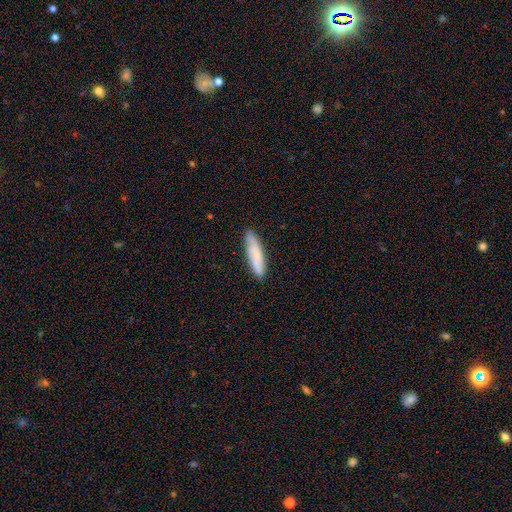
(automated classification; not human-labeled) smooth_or_featured: smooth (p=0.74) [alt: featured or disk p=0.20]
how_rounded: cigar-shaped (p=0.77) [alt: in between p=0.22]
merging: none (p=0.85) [alt: minor disturbance p=0.12]